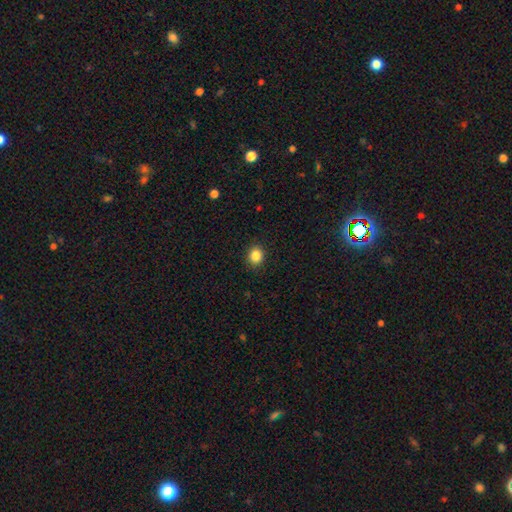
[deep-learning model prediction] Overall: smooth (86%). How rounded: round (74%). Merging: none (90%).